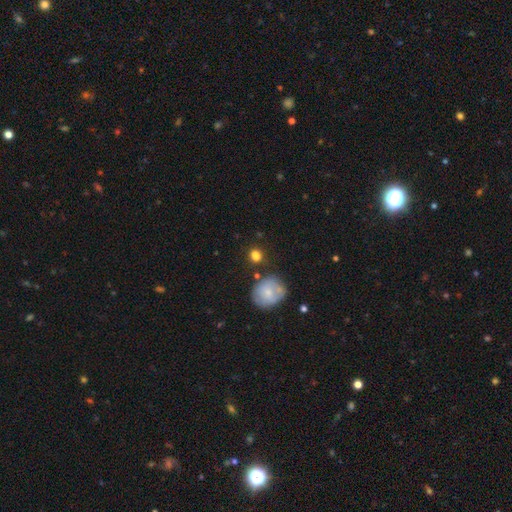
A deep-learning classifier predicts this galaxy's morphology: Smooth or featured? Predicted: smooth (p=0.81). How rounded? Predicted: round (p=0.82). Merging? Predicted: none (p=0.77).